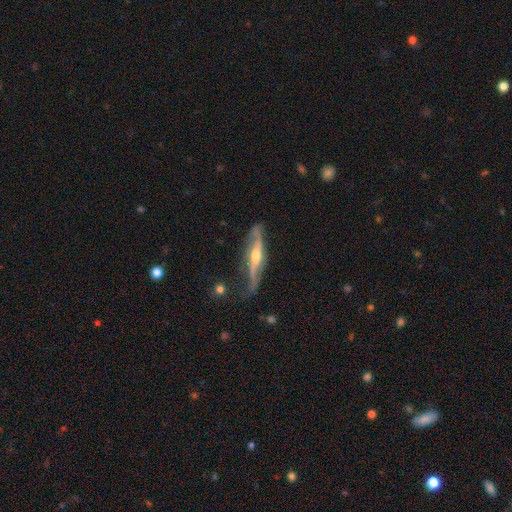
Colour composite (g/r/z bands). It shows a featured or disk galaxy (90%) viewed edge-on (54%) with a rounded central bulge (95%). Merging: none (44%).